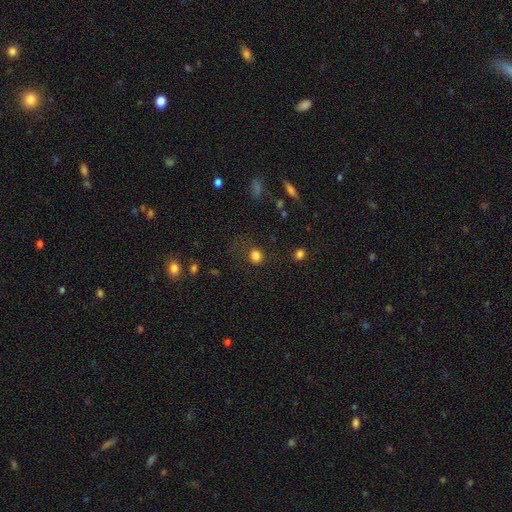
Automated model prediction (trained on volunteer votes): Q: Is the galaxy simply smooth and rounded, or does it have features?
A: smooth — 82%.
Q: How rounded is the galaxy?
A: round — 80%.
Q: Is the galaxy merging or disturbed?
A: none — 78%.